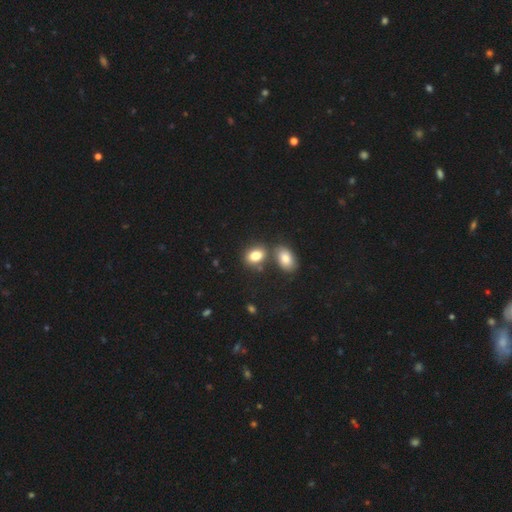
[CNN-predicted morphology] This appears to be a smooth galaxy with no disk features (82%) that is in between round and cigar-shaped (78%). Merging: none (54%).